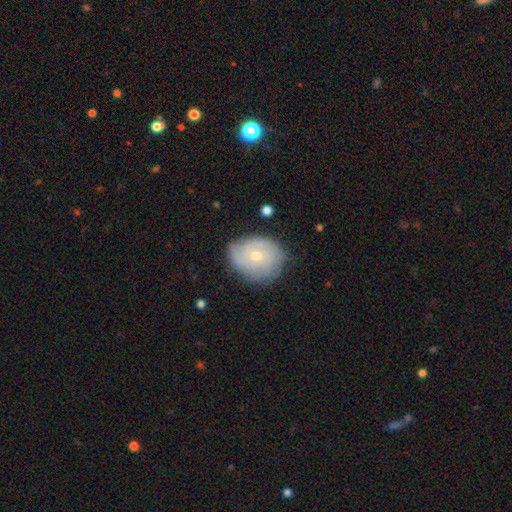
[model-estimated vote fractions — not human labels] Smooth or featured? Predicted: featured or disk (p=0.51). Edge-on disk? Predicted: no (p=0.96). Merging? Predicted: none (p=0.72).